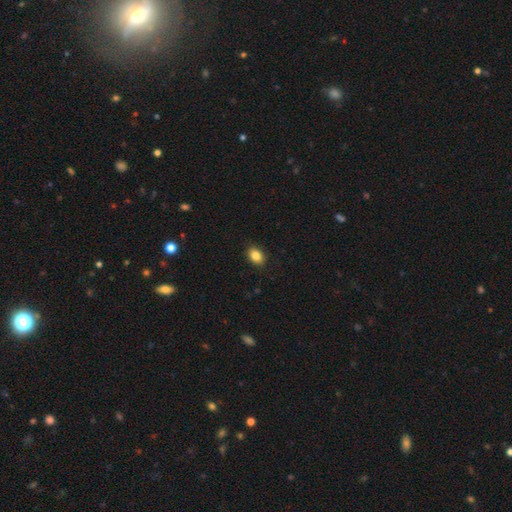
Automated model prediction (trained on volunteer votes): Smooth or featured: smooth — 86% (star or artifact — 9%)
How rounded: in between — 78% (round — 21%)
Merging: none — 89% (minor disturbance — 8%)